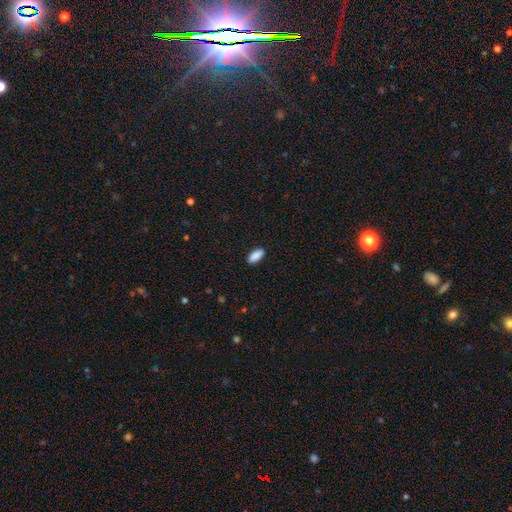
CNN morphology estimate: type=smooth (90%); roundness=in between (83%); merging=none (90%).